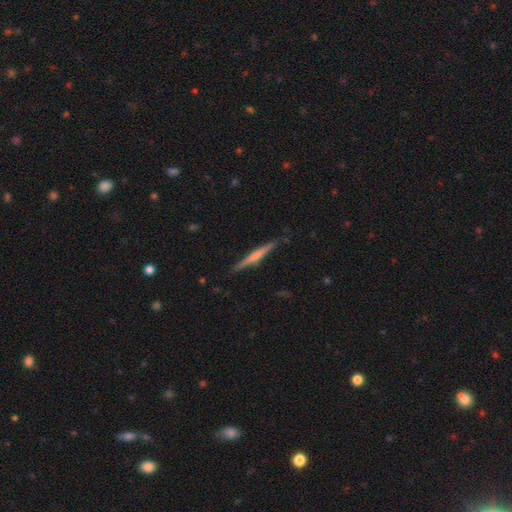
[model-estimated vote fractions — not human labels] Overall: featured or disk (55%; smooth 39%). Edge-on disk: yes (98%). Edge-on bulge: none (43%; rounded 42%). Merging: none (87%).